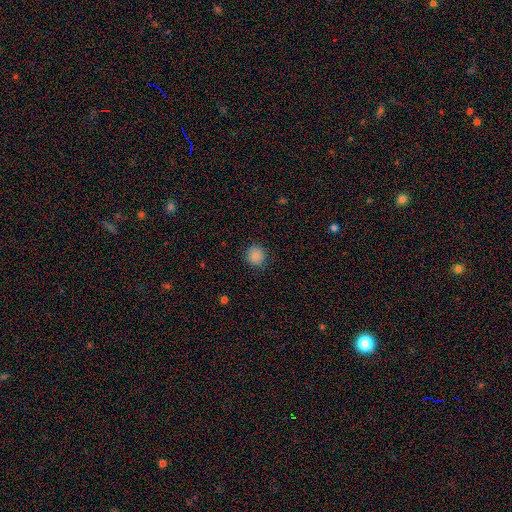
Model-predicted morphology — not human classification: A smooth galaxy with no disk features (87%) that is round (93%). Merging: none (90%).